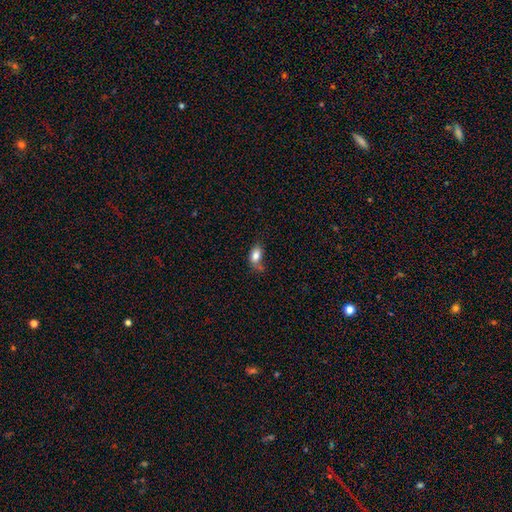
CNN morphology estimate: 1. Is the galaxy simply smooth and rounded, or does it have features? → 81% smooth, 11% featured or disk, 9% star or artifact.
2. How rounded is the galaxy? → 85% in between, 12% round, 3% cigar-shaped.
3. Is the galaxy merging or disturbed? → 42% none, 33% minor disturbance, 16% major disturbance, 9% merger.